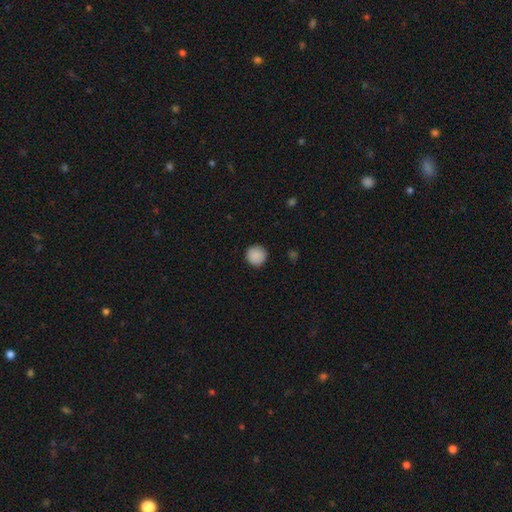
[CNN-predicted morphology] smooth 89%, star or artifact 8%, featured or disk 3%. Down the decision tree: how rounded — round (95%); merging — none (90%).